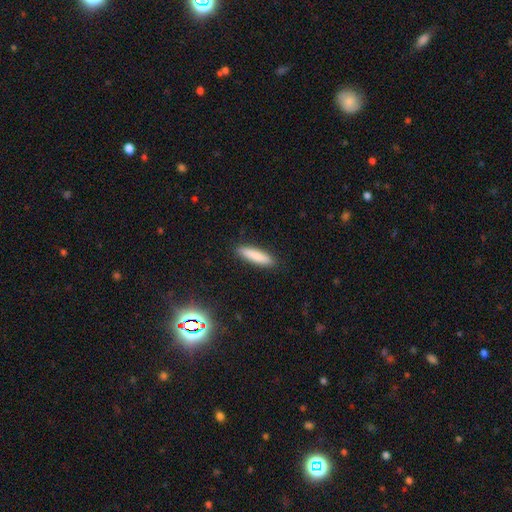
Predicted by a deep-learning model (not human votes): Morphology: type=smooth (86%); roundness=cigar-shaped (77%); merging=none (90%).